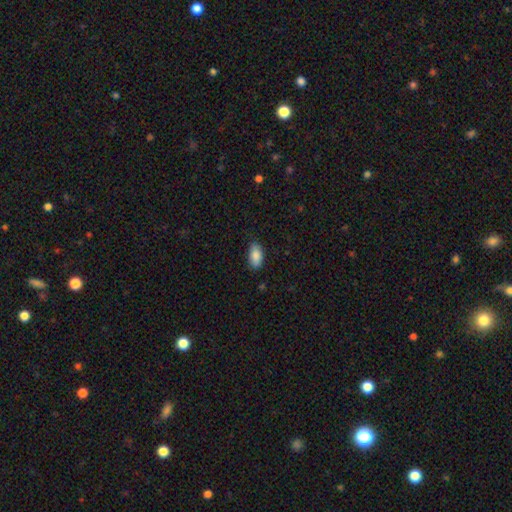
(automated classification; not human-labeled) Overall: smooth (87%). How rounded: in between (92%). Merging: none (83%).